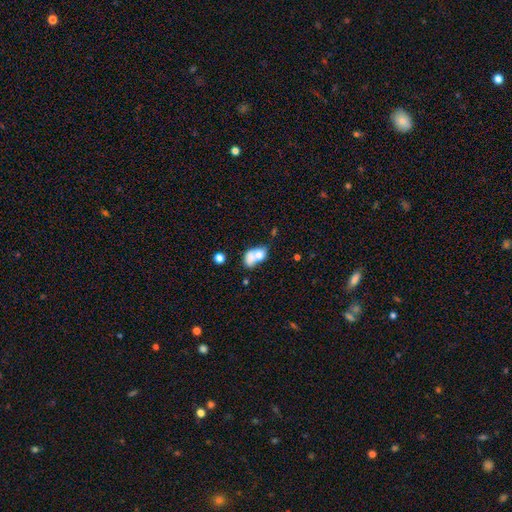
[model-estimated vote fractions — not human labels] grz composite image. It shows a smooth galaxy with no disk features (66%) that is in between round and cigar-shaped (72%). Merging: merger (56%).